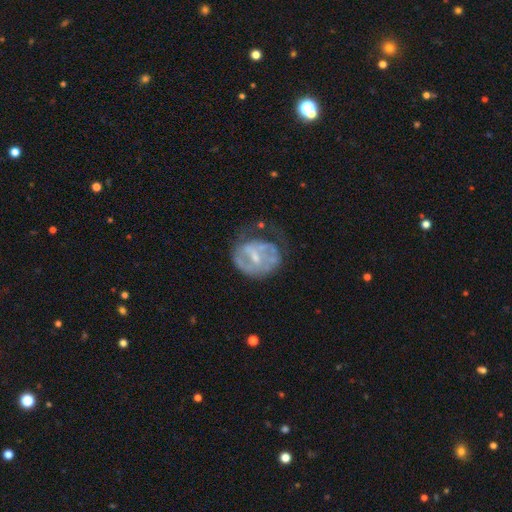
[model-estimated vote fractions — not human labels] smooth-or-featured: featured or disk: 67% | smooth: 25% | star or artifact: 8%
  disk-edge-on: no: 97% | yes: 3%
    bar: weak: 45% | no: 36% | strong: 19%
    has-spiral-arms: no: 55% | yes: 45%
    bulge-size: small: 55% | moderate: 31% | none: 12% | large: 2% | dominant: 1%
  merging: none: 36% | major disturbance: 34% | minor disturbance: 27% | merger: 4%